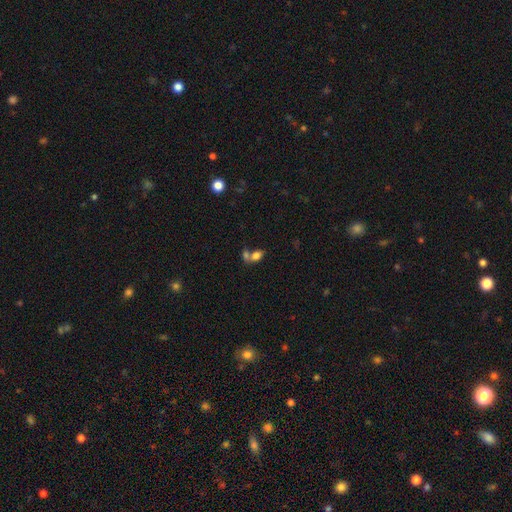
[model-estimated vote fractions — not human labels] Smooth or featured: smooth — 76% (featured or disk — 13%)
How rounded: in between — 84% (round — 13%)
Merging: merger — 56% (none — 31%)